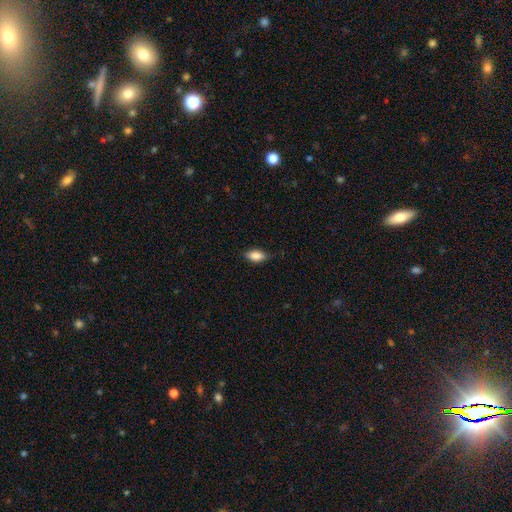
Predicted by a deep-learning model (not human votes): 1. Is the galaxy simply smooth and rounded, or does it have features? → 85% smooth, 8% featured or disk, 7% star or artifact.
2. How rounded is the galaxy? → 89% in between, 7% cigar-shaped, 4% round.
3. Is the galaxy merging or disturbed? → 81% none, 15% minor disturbance, 3% major disturbance, 1% merger.